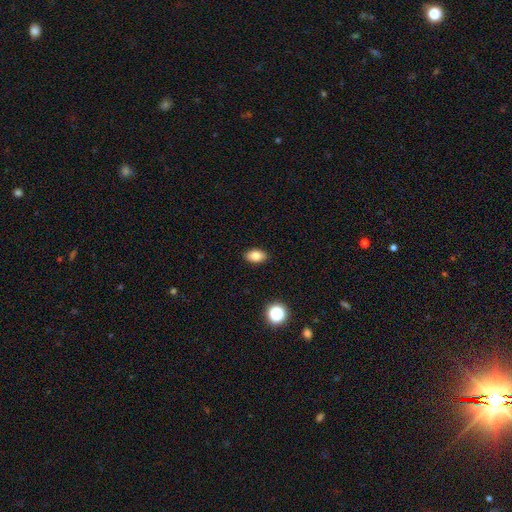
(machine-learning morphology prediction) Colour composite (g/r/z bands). It shows a smooth galaxy with no disk features (82%) that is in between round and cigar-shaped (89%). Merging: none (90%).